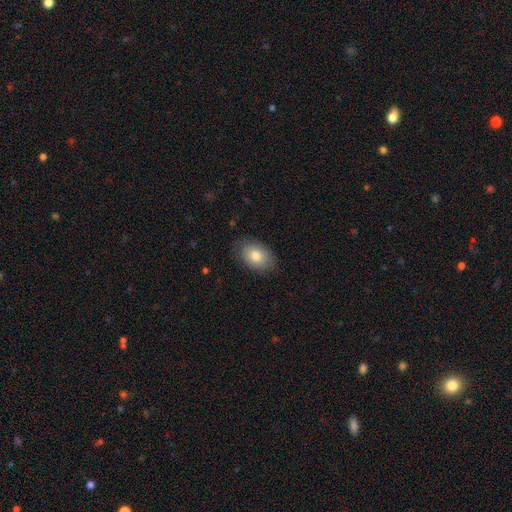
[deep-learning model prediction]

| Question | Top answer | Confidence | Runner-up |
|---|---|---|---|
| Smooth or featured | smooth | 79% | featured or disk (14%) |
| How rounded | in between | 84% | round (15%) |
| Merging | none | 82% | minor disturbance (14%) |